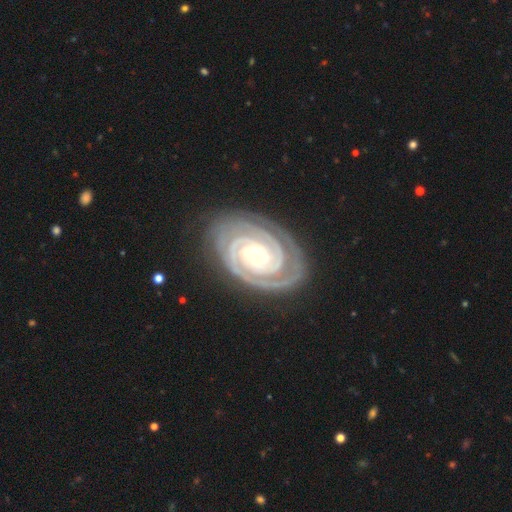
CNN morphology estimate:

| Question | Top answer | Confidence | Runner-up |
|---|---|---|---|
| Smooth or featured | featured or disk | 94% | star or artifact (4%) |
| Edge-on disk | no | 98% | yes (2%) |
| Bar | no | 61% | weak (21%) |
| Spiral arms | yes | 99% | no (1%) |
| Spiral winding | tight | 87% | medium (12%) |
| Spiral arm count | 2 | 77% | 3 (11%) |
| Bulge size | moderate | 57% | small (36%) |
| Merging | none | 83% | minor disturbance (12%) |